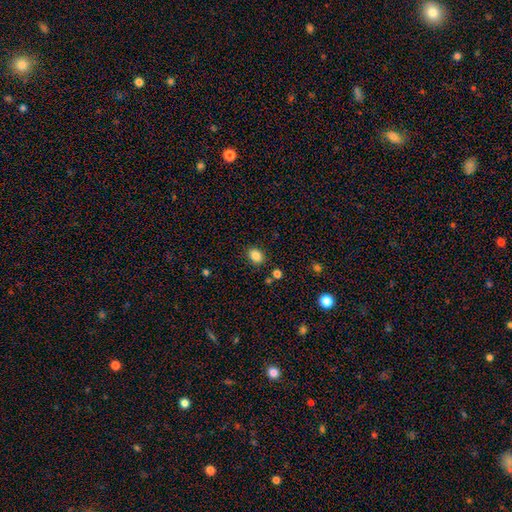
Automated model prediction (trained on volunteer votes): smooth_or_featured: smooth (p=0.85) [alt: star or artifact p=0.10]
how_rounded: in between (p=0.64) [alt: round p=0.35]
merging: none (p=0.85) [alt: minor disturbance p=0.09]